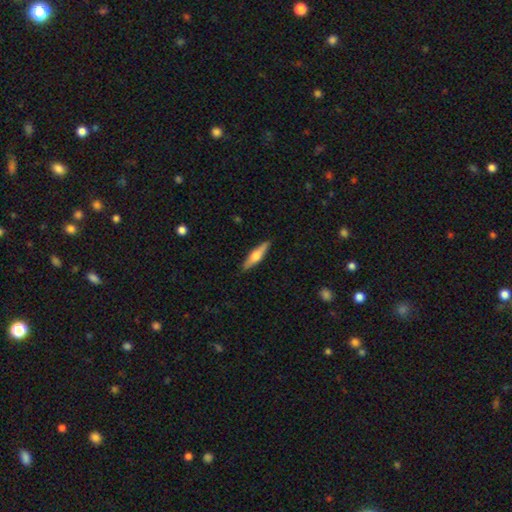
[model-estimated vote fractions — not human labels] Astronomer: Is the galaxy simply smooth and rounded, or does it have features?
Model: featured or disk — 48% (runner-up: smooth, 46%).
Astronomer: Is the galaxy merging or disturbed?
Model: none — 90%.